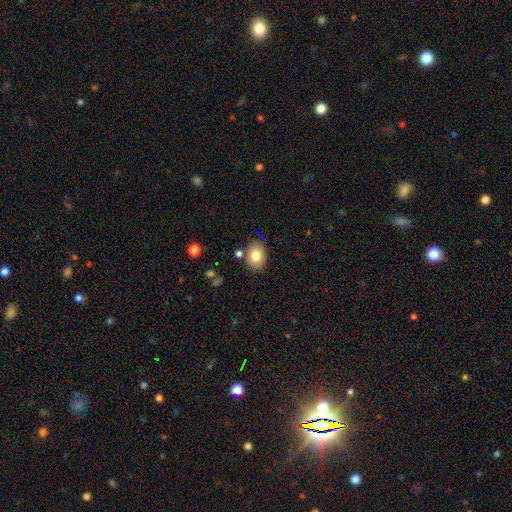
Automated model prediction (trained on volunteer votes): This appears to be a smooth galaxy with no disk features (80%) that is in between round and cigar-shaped (70%). Merging: none (81%).